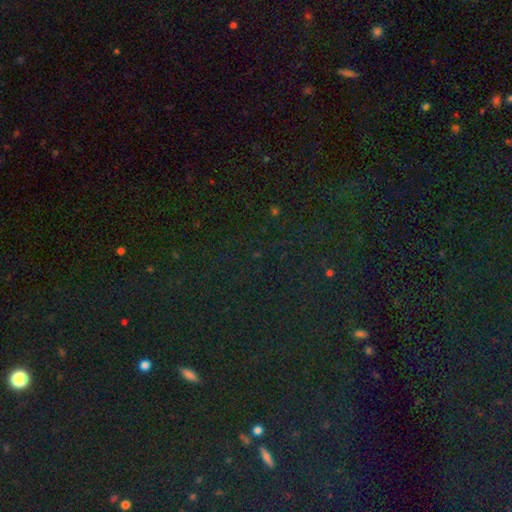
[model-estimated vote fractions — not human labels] A star or artifact, not a galaxy (79%).

Vote fractions:
- Smooth or featured? star or artifact: 79% / smooth: 13% / featured or disk: 8%